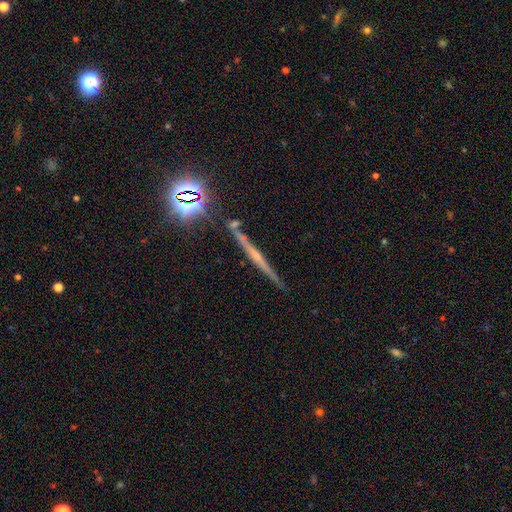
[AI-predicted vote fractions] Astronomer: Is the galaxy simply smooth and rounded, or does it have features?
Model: featured or disk — 54%.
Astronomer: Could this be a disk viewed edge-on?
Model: yes — 96%.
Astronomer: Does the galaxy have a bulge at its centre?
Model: none — 49% (runner-up: rounded, 39%).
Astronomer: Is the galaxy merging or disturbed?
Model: none — 85%.